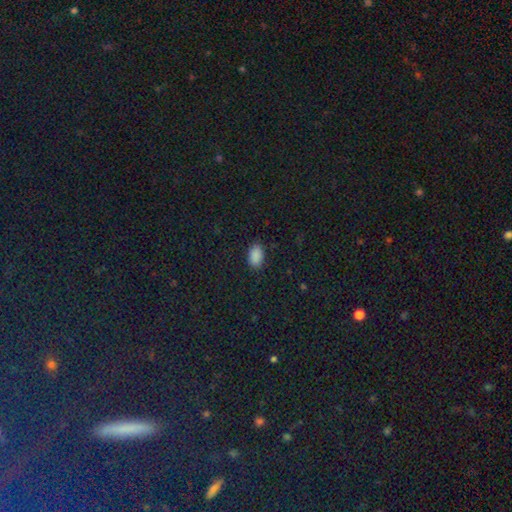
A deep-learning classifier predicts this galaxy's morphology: A smooth galaxy with no disk features (87%) that is in between round and cigar-shaped (92%).

Vote fractions:
- Smooth or featured? smooth: 87% / star or artifact: 10% / featured or disk: 3%
- How rounded? in between: 92% / round: 7% / cigar-shaped: 1%
- Merging? none: 86% / minor disturbance: 10% / major disturbance: 3% / merger: 1%